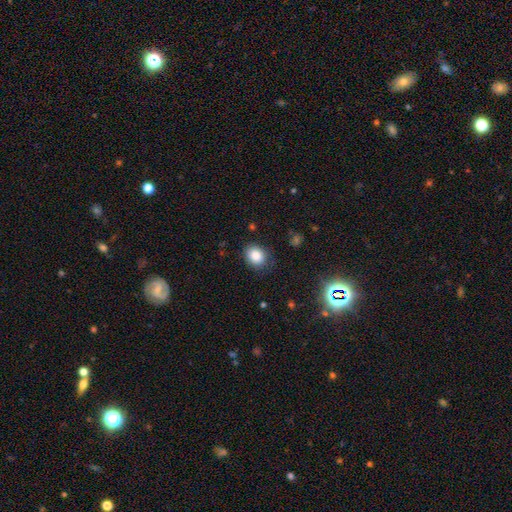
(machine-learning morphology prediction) Smooth or featured?
  - smooth: 84% *
  - star or artifact: 10%
  - featured or disk: 5%
How rounded?
  - round: 52% *
  - in between: 47%
  - cigar-shaped: 1%
Merging?
  - none: 81% *
  - minor disturbance: 14%
  - major disturbance: 4%
  - merger: 1%